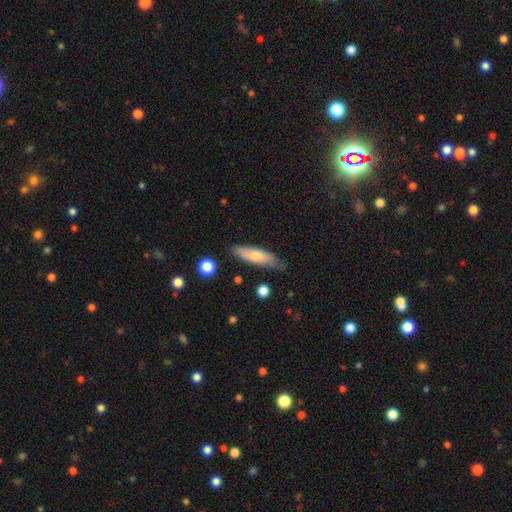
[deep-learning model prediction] smooth 61%, featured or disk 33%, star or artifact 6%. Down the decision tree: how rounded — cigar-shaped (61%); merging — none (74%).